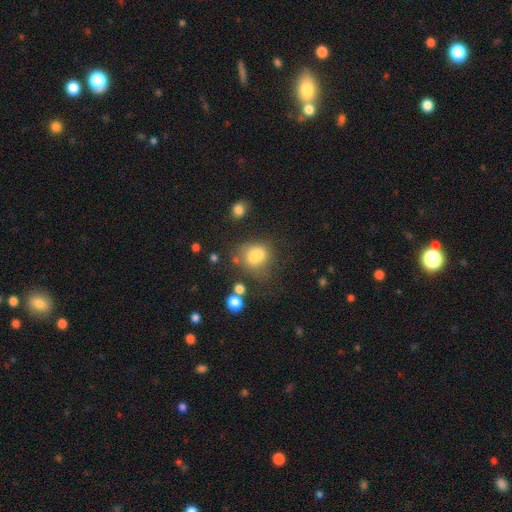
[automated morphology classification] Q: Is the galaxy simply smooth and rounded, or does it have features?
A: smooth — 68%.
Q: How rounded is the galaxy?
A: round — 61%.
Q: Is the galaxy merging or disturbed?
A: merger — 42%.